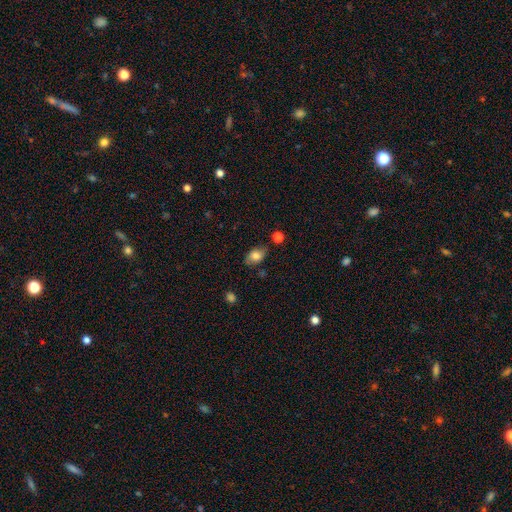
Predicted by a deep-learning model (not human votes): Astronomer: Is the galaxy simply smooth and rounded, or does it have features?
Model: smooth — 76%.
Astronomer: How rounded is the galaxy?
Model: in between — 84%.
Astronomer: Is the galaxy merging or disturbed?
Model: none — 75%.